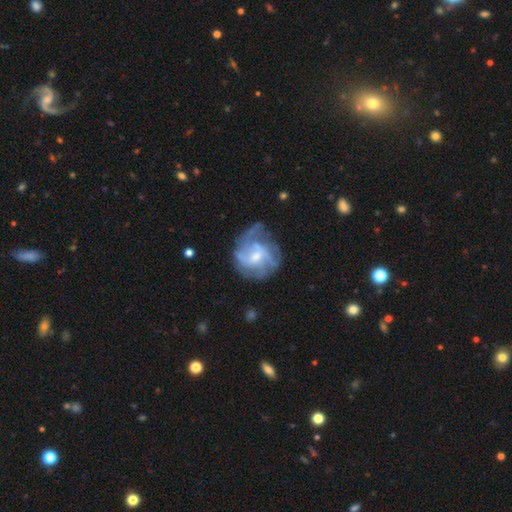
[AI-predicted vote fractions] A featured or disk galaxy (71%) with a weak bar (48%), medium (42%) spiral arms (80%) and a moderate central bulge (49%). Merging: none (46%).